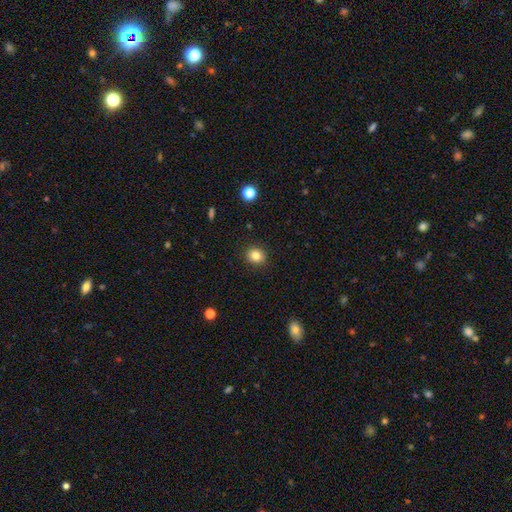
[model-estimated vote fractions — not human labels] The model was most divided on "how rounded": round: 77%, in between: 22%, cigar-shaped: 1%. More confident: merging — none (90%); smooth or featured — smooth (83%).